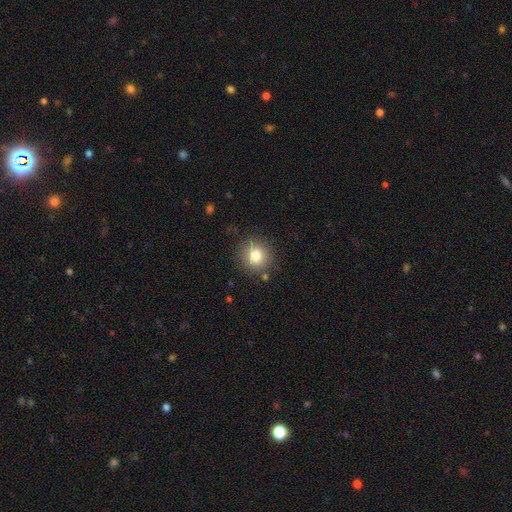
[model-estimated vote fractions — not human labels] This is likely a smooth galaxy (80%). How rounded: clearly round (88%). Merging: clearly none (86%).